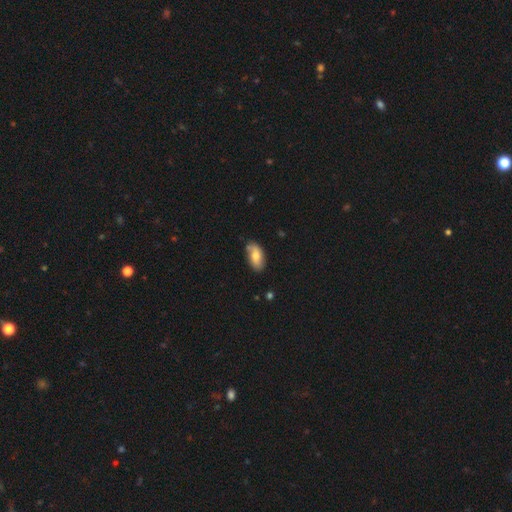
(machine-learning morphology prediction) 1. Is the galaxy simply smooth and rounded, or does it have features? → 66% smooth, 27% featured or disk, 7% star or artifact.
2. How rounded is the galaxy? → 93% in between, 4% cigar-shaped, 4% round.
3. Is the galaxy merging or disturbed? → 72% none, 20% minor disturbance, 4% major disturbance, 4% merger.